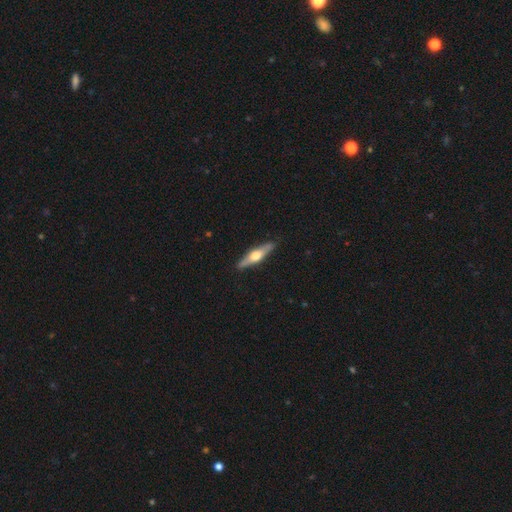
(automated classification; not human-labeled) The model was most divided on "smooth or featured": featured or disk: 62%, smooth: 33%, star or artifact: 5%. More confident: edge-on disk — yes (95%); edge-on bulge — rounded (93%); merging — none (89%).